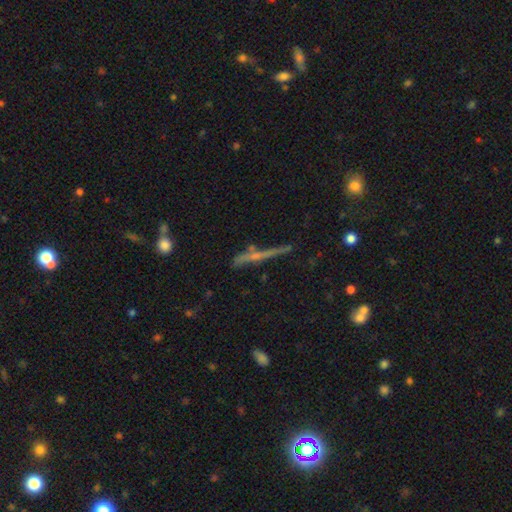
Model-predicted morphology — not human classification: This is likely a featured or disk galaxy (63%). It is clearly viewed edge-on (94%). Edge-on bulge: possibly rounded (47%). Merging: likely none (71%).